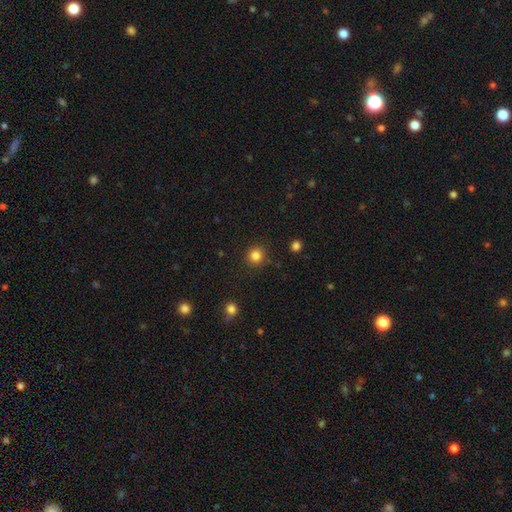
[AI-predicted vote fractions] Smooth or featured? smooth (84%)
How rounded? round (93%)
Merging? none (89%)